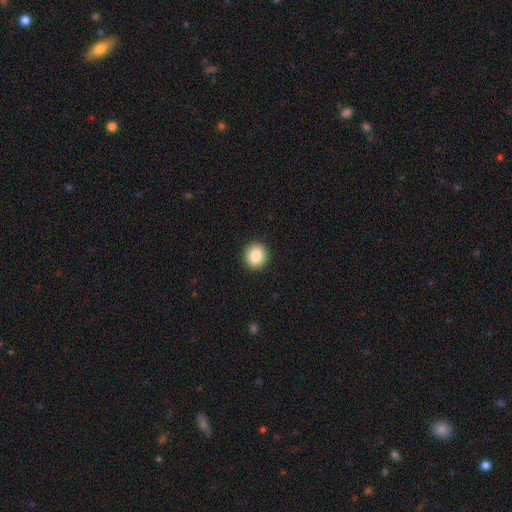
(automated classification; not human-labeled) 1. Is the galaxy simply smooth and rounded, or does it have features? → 86% smooth, 9% star or artifact, 5% featured or disk.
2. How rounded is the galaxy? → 88% round, 11% in between, 1% cigar-shaped.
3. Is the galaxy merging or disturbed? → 92% none, 5% minor disturbance, 2% major disturbance, 1% merger.